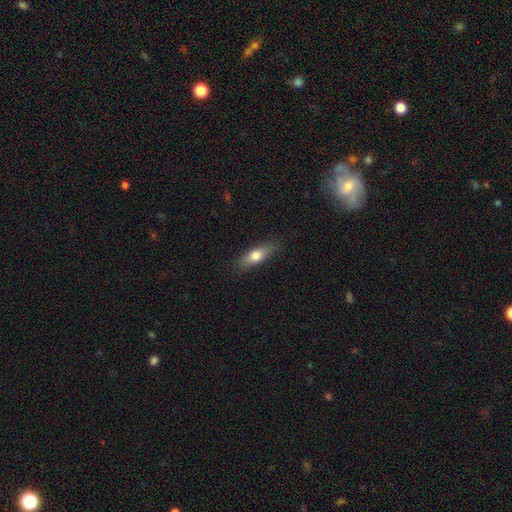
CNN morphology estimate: Smooth or featured? Predicted: smooth (p=0.69). How rounded? Predicted: in between (p=0.57). Merging? Predicted: none (p=0.83).